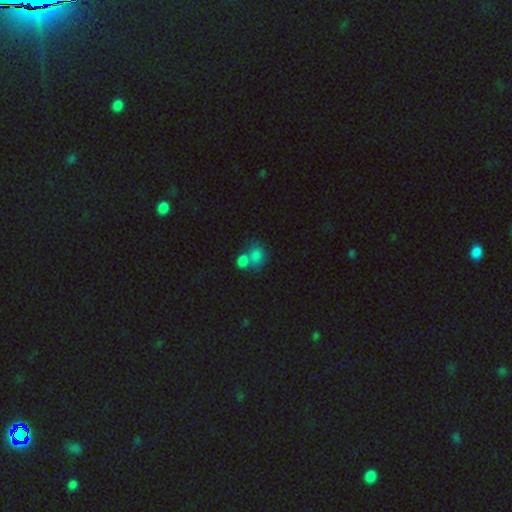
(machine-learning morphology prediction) A smooth galaxy with no disk features (78%) that is in between round and cigar-shaped (53%). Merging: merger (58%).